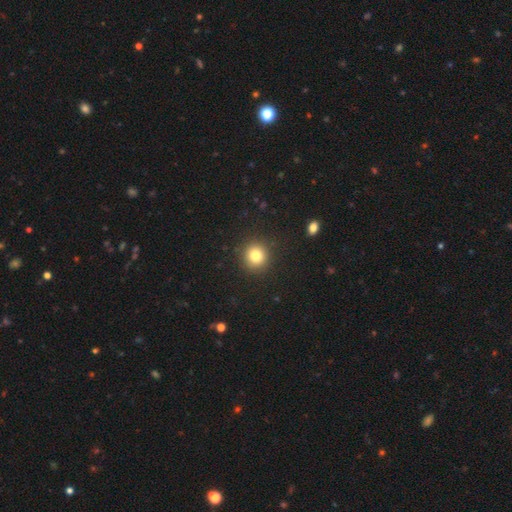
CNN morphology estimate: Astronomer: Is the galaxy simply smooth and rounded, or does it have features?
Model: smooth — 81%.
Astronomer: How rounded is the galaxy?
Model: round — 91%.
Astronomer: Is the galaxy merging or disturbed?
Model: none — 91%.